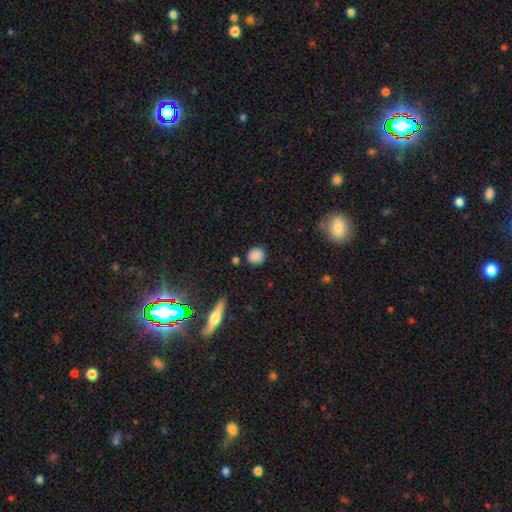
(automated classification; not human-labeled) Morphology: type=smooth (85%); roundness=round (90%); merging=none (84%).